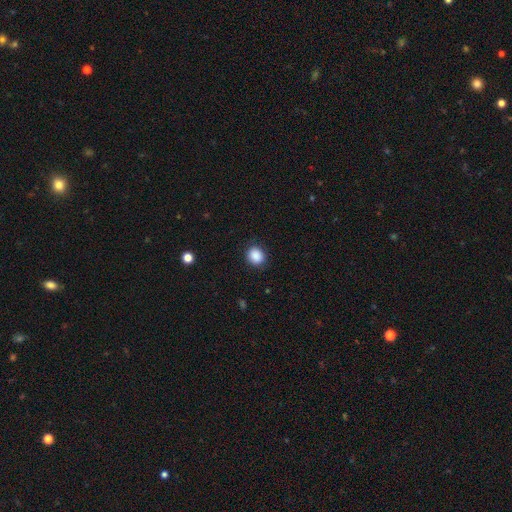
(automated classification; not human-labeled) Q: Smooth or featured?
A: smooth (88%); runner-up: star or artifact (9%)
Q: How rounded?
A: round (70%); runner-up: in between (29%)
Q: Merging?
A: none (85%); runner-up: minor disturbance (11%)